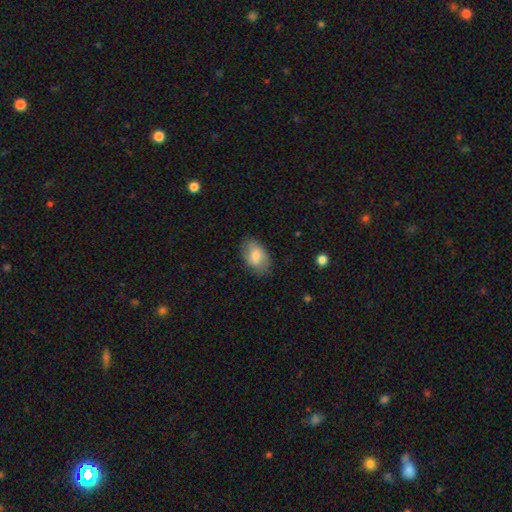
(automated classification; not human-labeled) A smooth galaxy with no disk features (75%) that is in between round and cigar-shaped (90%).

Vote fractions:
- Smooth or featured? smooth: 75% / featured or disk: 18% / star or artifact: 7%
- How rounded? in between: 90% / round: 9% / cigar-shaped: 1%
- Merging? none: 77% / minor disturbance: 18% / major disturbance: 5% / merger: 1%